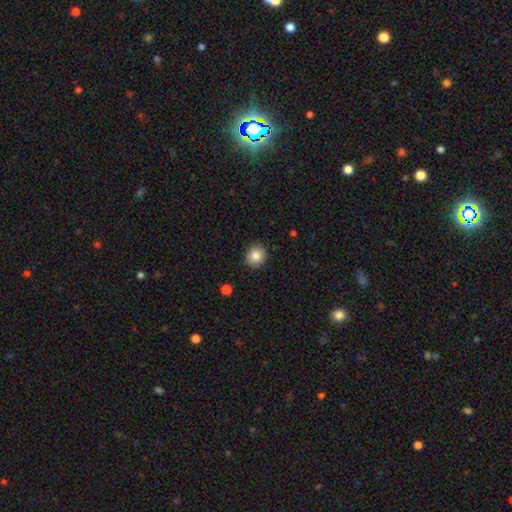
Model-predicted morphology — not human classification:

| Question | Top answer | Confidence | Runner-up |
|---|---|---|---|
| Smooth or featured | smooth | 85% | star or artifact (9%) |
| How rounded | round | 84% | in between (15%) |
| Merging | none | 89% | minor disturbance (8%) |